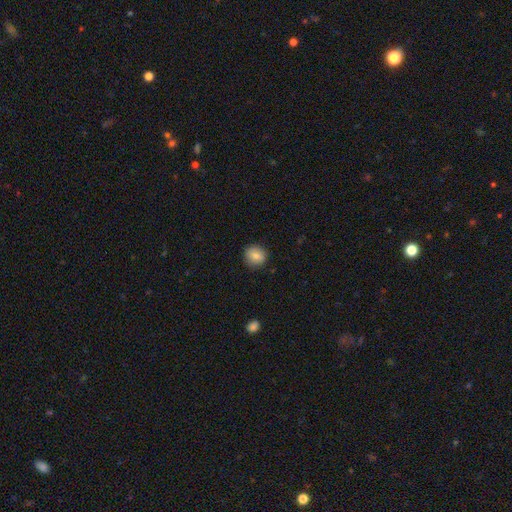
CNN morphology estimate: Smooth or featured: smooth — 81% (featured or disk — 10%)
How rounded: round — 86% (in between — 13%)
Merging: none — 88% (minor disturbance — 8%)